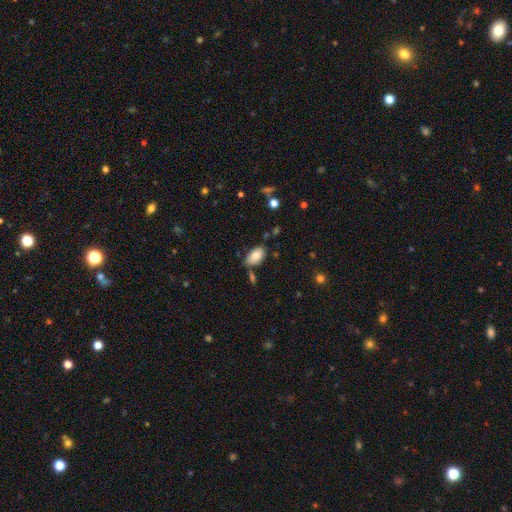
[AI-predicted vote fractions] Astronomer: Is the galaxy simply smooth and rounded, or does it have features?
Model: smooth — 80%.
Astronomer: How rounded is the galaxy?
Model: in between — 93%.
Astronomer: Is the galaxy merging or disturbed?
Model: none — 71%.